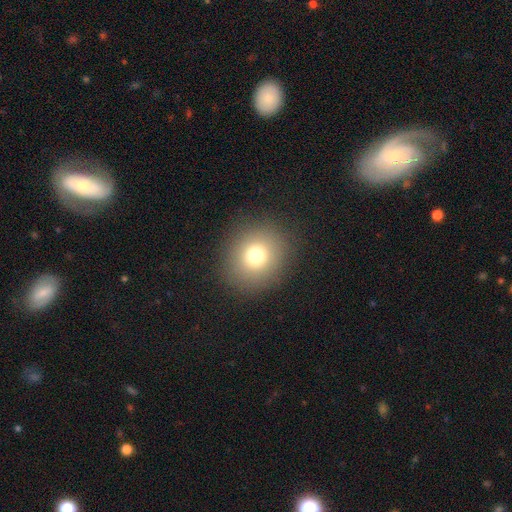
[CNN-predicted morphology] Smooth or featured: smooth — 75% (star or artifact — 15%)
How rounded: round — 84% (in between — 15%)
Merging: none — 89% (minor disturbance — 7%)